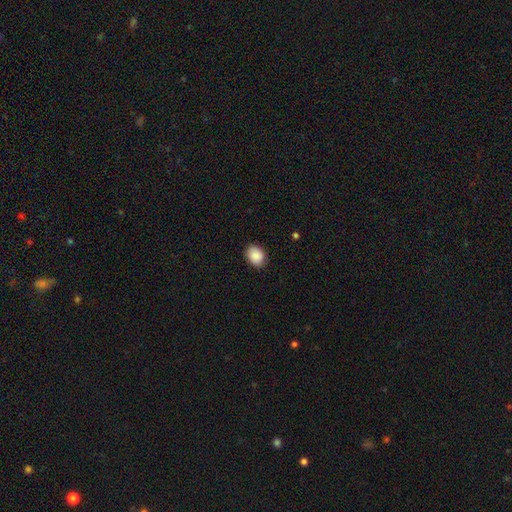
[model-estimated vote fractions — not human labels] Smooth or featured? smooth (89%)
How rounded? in between (59%)
Merging? none (86%)